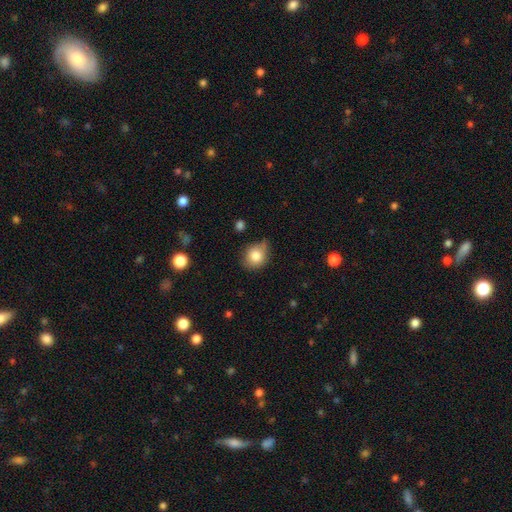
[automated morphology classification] A smooth galaxy with no disk features (81%) that is round (65%). Merging: none (57%).